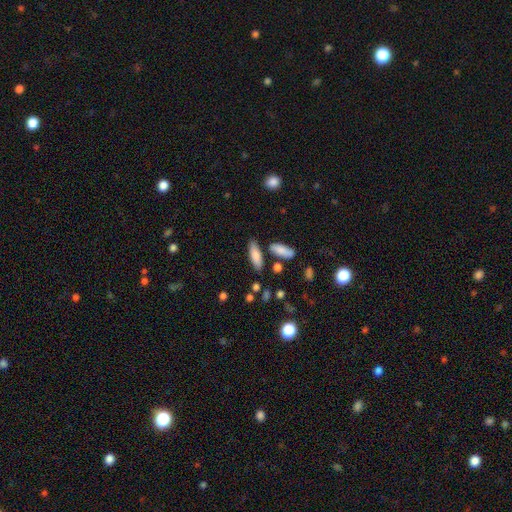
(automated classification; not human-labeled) Smooth or featured?
  - smooth: 82% *
  - featured or disk: 11%
  - star or artifact: 7%
How rounded?
  - in between: 55% *
  - cigar-shaped: 43%
  - round: 3%
Merging?
  - none: 76% *
  - minor disturbance: 13%
  - merger: 8%
  - major disturbance: 3%